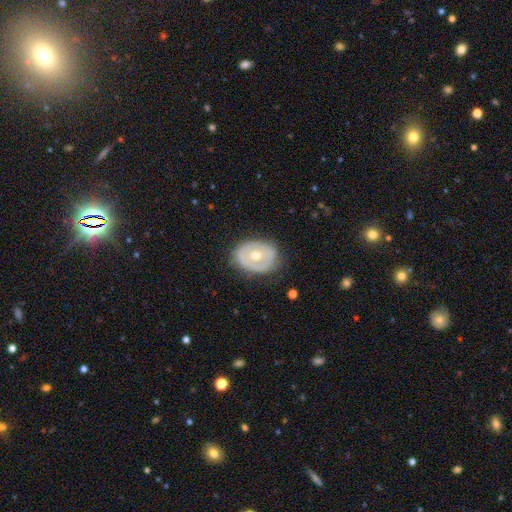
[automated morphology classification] Q: Smooth or featured?
A: featured or disk (53%); runner-up: smooth (41%)
Q: Edge-on disk?
A: no (93%); runner-up: yes (7%)
Q: Merging?
A: none (76%); runner-up: minor disturbance (18%)